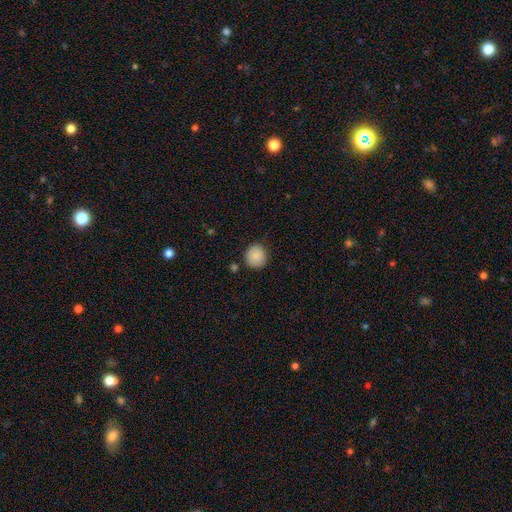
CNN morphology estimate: smooth_or_featured: smooth (p=0.88) [alt: star or artifact p=0.08]
how_rounded: round (p=0.88) [alt: in between p=0.11]
merging: none (p=0.84) [alt: minor disturbance p=0.10]